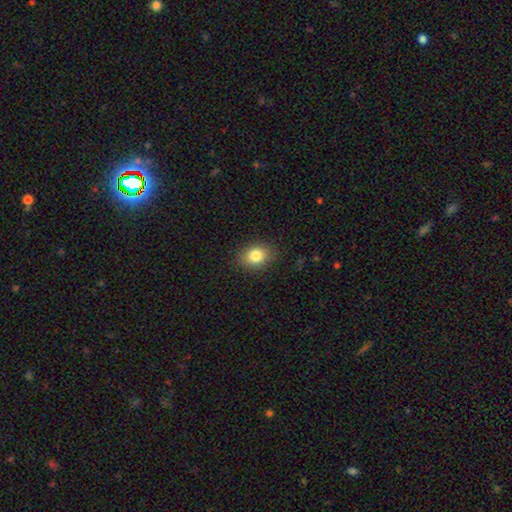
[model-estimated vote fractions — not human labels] Smooth or featured?
  - smooth: 82% *
  - star or artifact: 10%
  - featured or disk: 8%
How rounded?
  - in between: 57% *
  - round: 42%
  - cigar-shaped: 1%
Merging?
  - none: 86% *
  - minor disturbance: 10%
  - major disturbance: 3%
  - merger: 1%